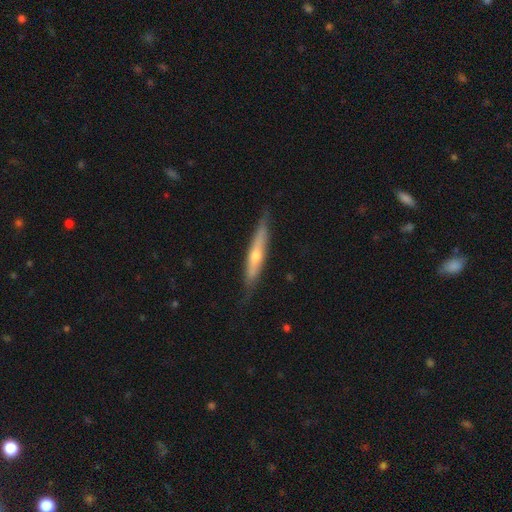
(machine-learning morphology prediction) This appears to be a featured or disk galaxy (57%) viewed edge-on (89%) with a rounded central bulge (79%). Merging: none (81%).